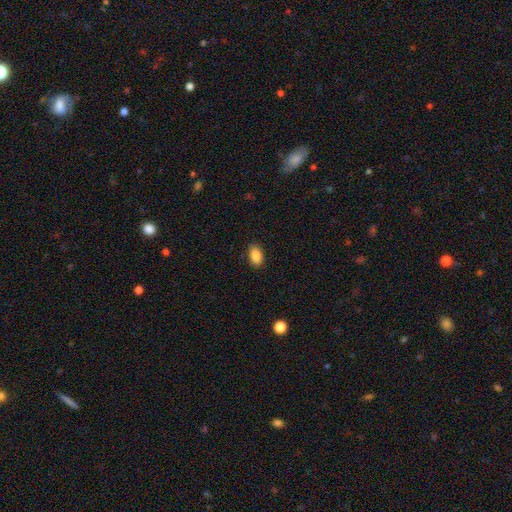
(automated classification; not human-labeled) This is clearly a smooth galaxy (88%). How rounded: clearly in between (91%). Merging: clearly none (88%).